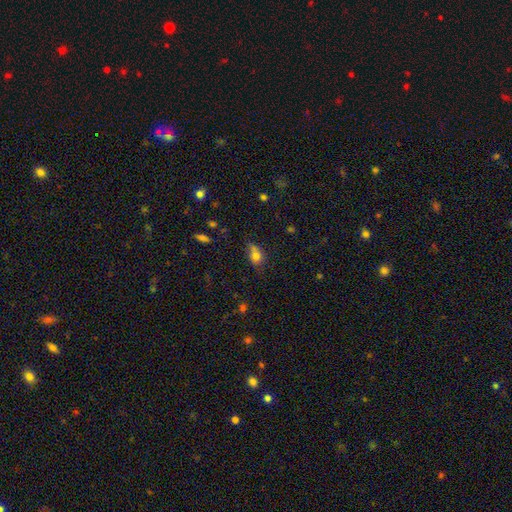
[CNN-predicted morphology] This is likely a smooth galaxy (74%). How rounded: possibly in between (58%). Merging: possibly none (48%).